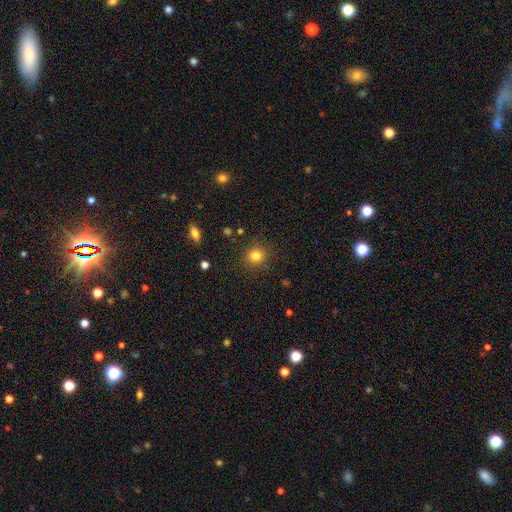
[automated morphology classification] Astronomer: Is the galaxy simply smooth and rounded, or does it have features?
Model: smooth — 81%.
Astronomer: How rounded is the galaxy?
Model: round — 87%.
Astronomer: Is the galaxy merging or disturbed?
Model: none — 87%.